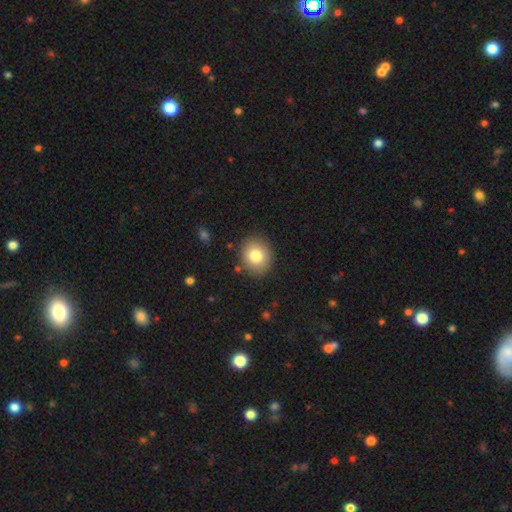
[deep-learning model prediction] Morphology: type=smooth (80%); roundness=round (76%); merging=none (88%).